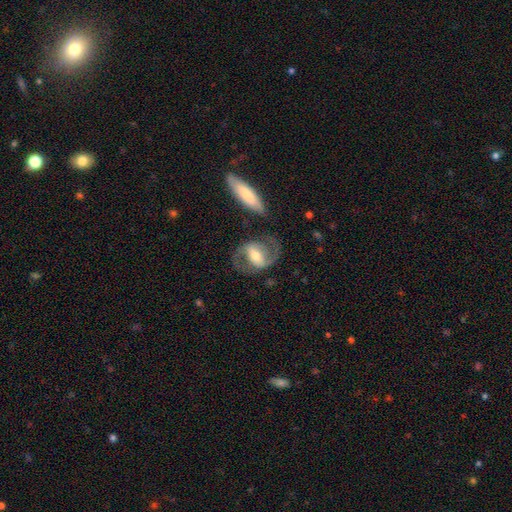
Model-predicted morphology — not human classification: smooth-or-featured: featured or disk: 79% | smooth: 16% | star or artifact: 5%
  disk-edge-on: no: 95% | yes: 5%
    bar: strong: 43% | weak: 38% | no: 19%
    has-spiral-arms: yes: 88% | no: 12%
      spiral-winding: medium: 56% | loose: 26% | tight: 18%
      spiral-arm-count: 2: 90% | can't tell: 4% | 1: 2% | 3: 1% | 4: 1% | more than 4: 1%
    bulge-size: moderate: 63% | small: 21% | large: 12% | none: 2% | dominant: 1%
  merging: none: 73% | minor disturbance: 14% | major disturbance: 9% | merger: 4%